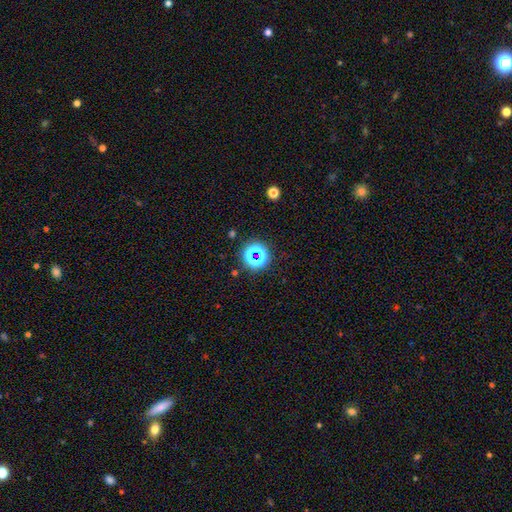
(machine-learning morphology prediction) Overall: star or artifact (59%; smooth 30%).